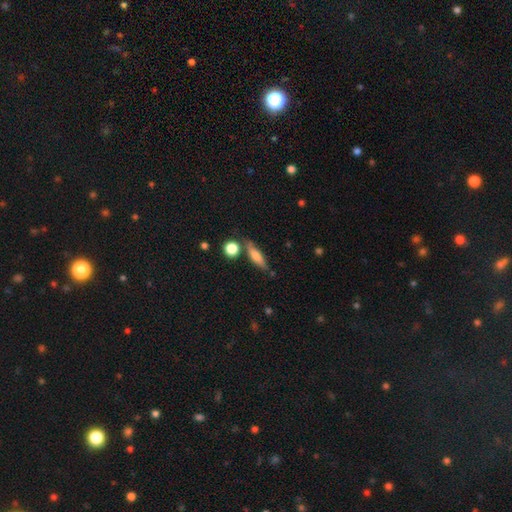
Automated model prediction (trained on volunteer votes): The model was most divided on "how rounded": cigar-shaped: 59%, in between: 36%, round: 5%. More confident: merging — none (70%); smooth or featured — smooth (66%).